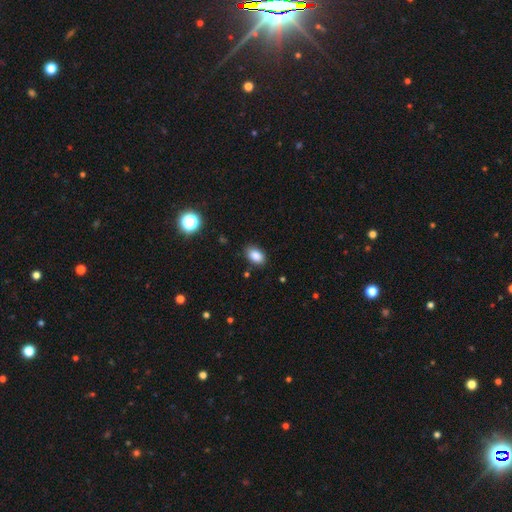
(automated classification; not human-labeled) A smooth galaxy with no disk features (86%) that is in between round and cigar-shaped (88%).

Vote fractions:
- Smooth or featured? smooth: 86% / star or artifact: 9% / featured or disk: 5%
- How rounded? in between: 88% / round: 10% / cigar-shaped: 1%
- Merging? none: 84% / minor disturbance: 12% / major disturbance: 2% / merger: 1%